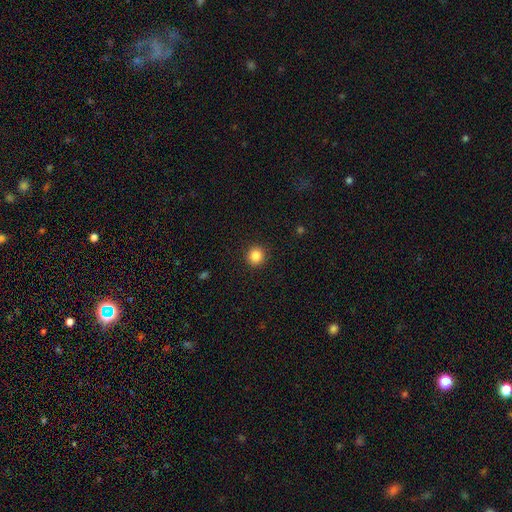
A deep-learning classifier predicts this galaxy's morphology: Smooth or featured? Predicted: smooth (p=0.86). How rounded? Predicted: round (p=0.92). Merging? Predicted: none (p=0.92).